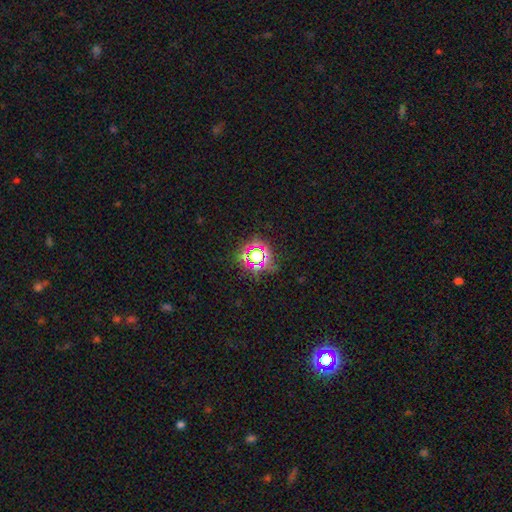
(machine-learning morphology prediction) smooth-or-featured: star or artifact: 64% | smooth: 24% | featured or disk: 12%